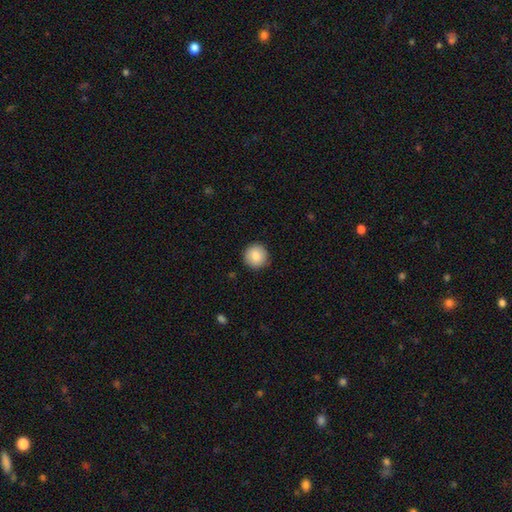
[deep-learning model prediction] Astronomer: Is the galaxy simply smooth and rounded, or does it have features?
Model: smooth — 86%.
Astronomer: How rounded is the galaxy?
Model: round — 95%.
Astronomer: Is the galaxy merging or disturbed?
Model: none — 90%.